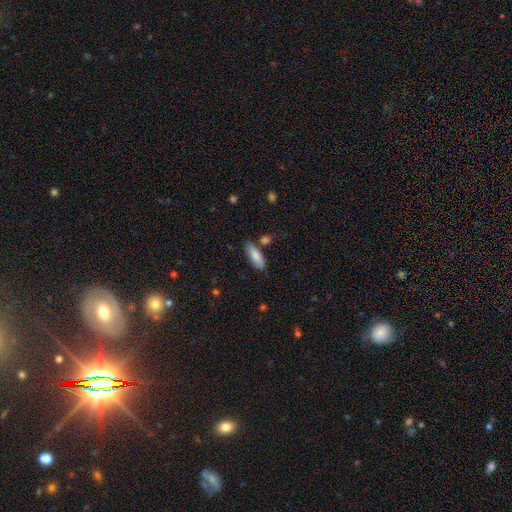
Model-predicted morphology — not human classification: Smooth or featured: smooth — 84% (featured or disk — 10%)
How rounded: in between — 67% (cigar-shaped — 31%)
Merging: none — 76% (minor disturbance — 15%)